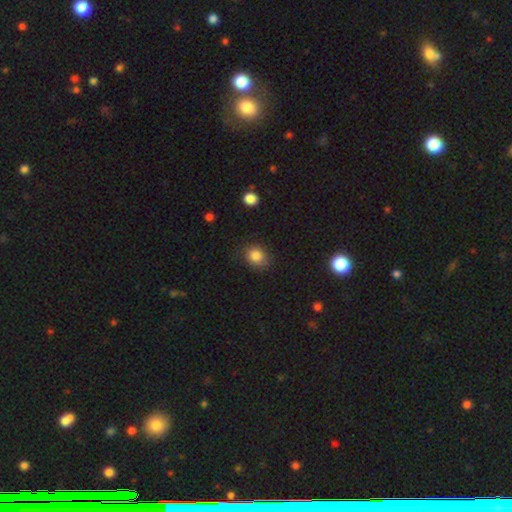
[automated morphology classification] Smooth or featured? Predicted: smooth (p=0.84). How rounded? Predicted: round (p=0.62). Merging? Predicted: none (p=0.80).